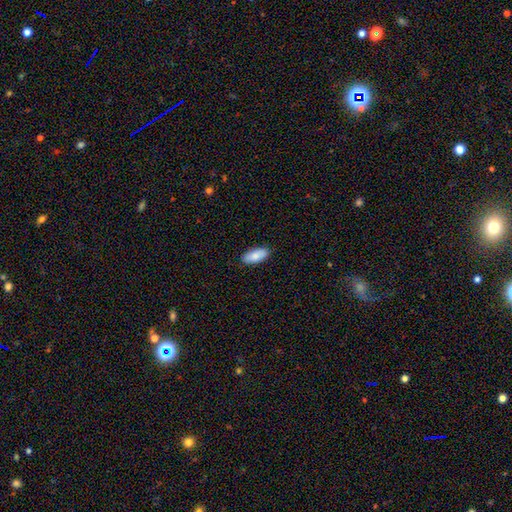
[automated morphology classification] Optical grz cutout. It shows a smooth galaxy with no disk features (86%) that is in between round and cigar-shaped (88%). Merging: none (89%).